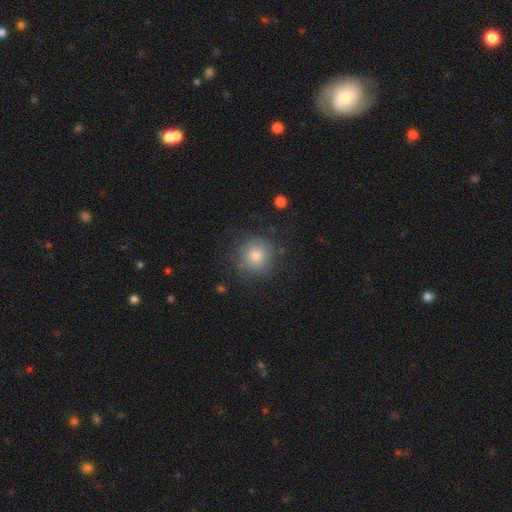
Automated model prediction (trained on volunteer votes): smooth_or_featured: smooth (p=0.73) [alt: featured or disk p=0.15]
how_rounded: round (p=0.93) [alt: in between p=0.06]
merging: none (p=0.78) [alt: minor disturbance p=0.14]